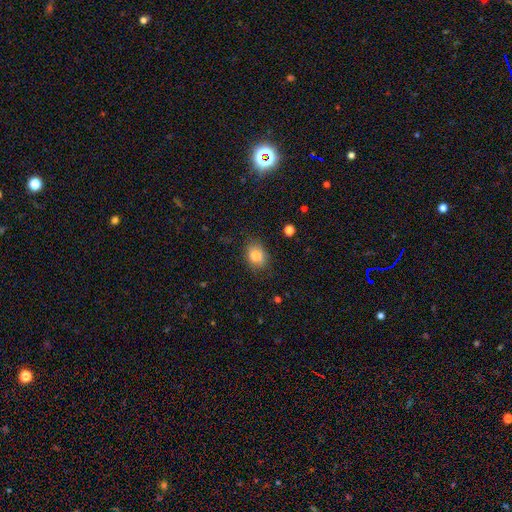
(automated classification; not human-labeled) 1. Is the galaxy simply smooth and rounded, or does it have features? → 80% smooth, 10% featured or disk, 9% star or artifact.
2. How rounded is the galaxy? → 65% in between, 34% round, 1% cigar-shaped.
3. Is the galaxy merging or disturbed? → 76% none, 18% minor disturbance, 5% major disturbance, 1% merger.